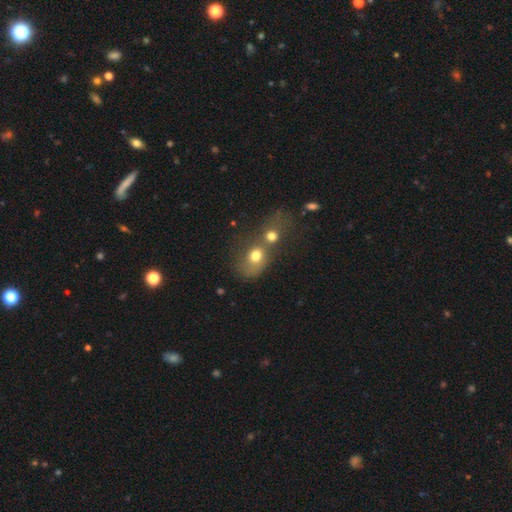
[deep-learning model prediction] Smooth or featured: smooth — 69% (featured or disk — 18%)
How rounded: round — 56% (in between — 43%)
Merging: merger — 65% (none — 19%)